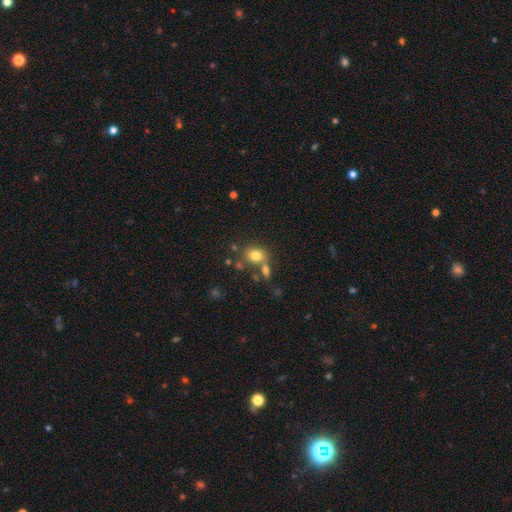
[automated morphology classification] Overall: smooth (78%). How rounded: in between (50%; round 49%). Merging: none (57%; merger 24%).